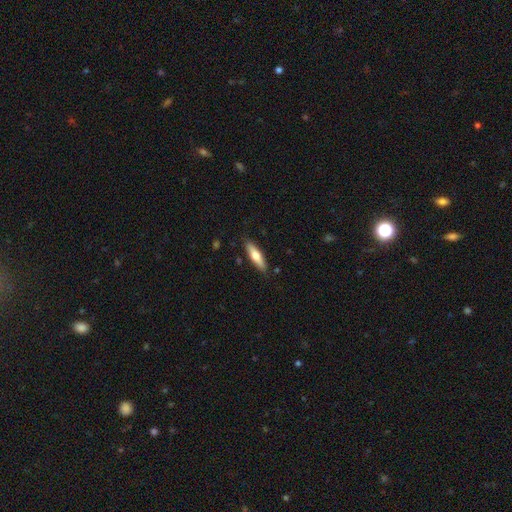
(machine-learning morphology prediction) Q: Smooth or featured?
A: smooth (61%); runner-up: featured or disk (34%)
Q: How rounded?
A: cigar-shaped (69%); runner-up: in between (29%)
Q: Merging?
A: none (87%); runner-up: minor disturbance (10%)